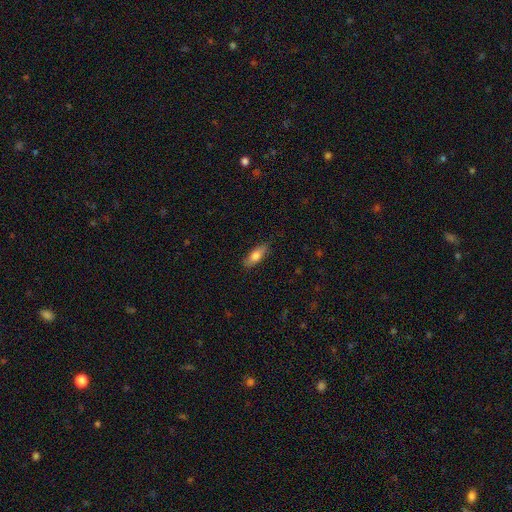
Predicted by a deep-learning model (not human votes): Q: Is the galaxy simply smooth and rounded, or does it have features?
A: smooth — 77%.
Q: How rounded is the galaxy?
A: in between — 63%.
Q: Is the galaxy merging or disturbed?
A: none — 84%.